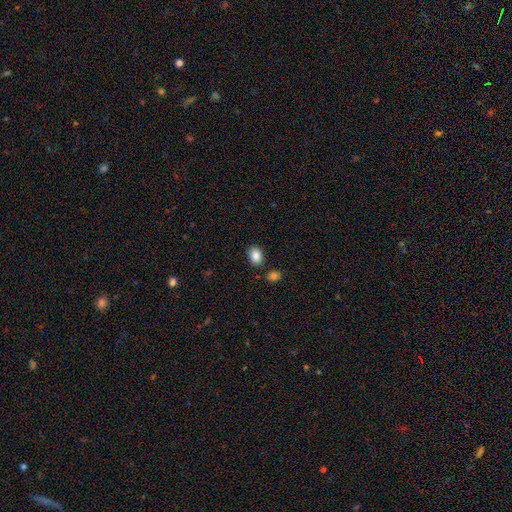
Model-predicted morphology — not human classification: Smooth or featured? smooth (87%)
How rounded? in between (72%)
Merging? none (81%)